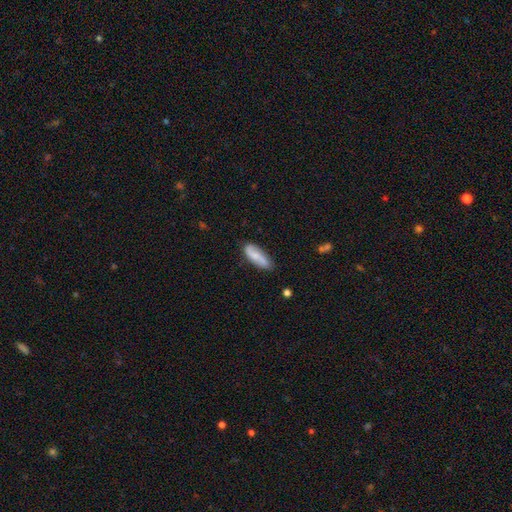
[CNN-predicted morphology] A smooth galaxy with no disk features (57%) that is in between round and cigar-shaped (61%). Merging: none (77%).